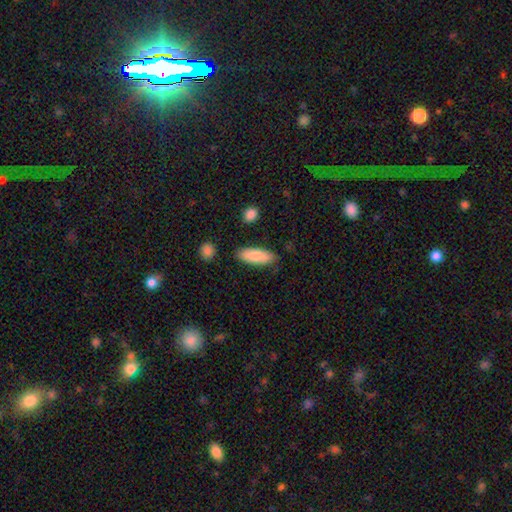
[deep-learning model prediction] Smooth or featured? smooth (83%)
How rounded? in between (68%)
Merging? none (82%)